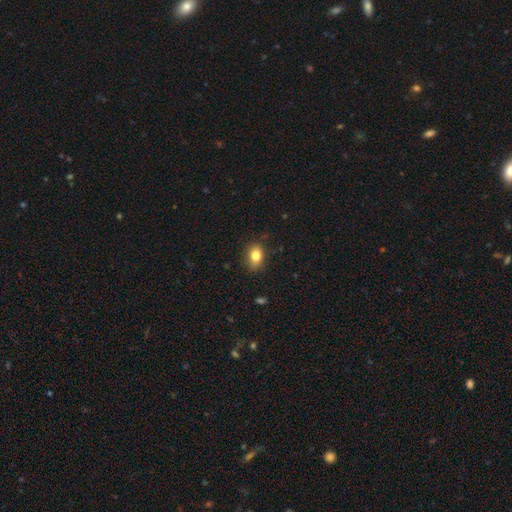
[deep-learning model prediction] A smooth galaxy with no disk features (82%) that is in between round and cigar-shaped (75%). Merging: none (82%).